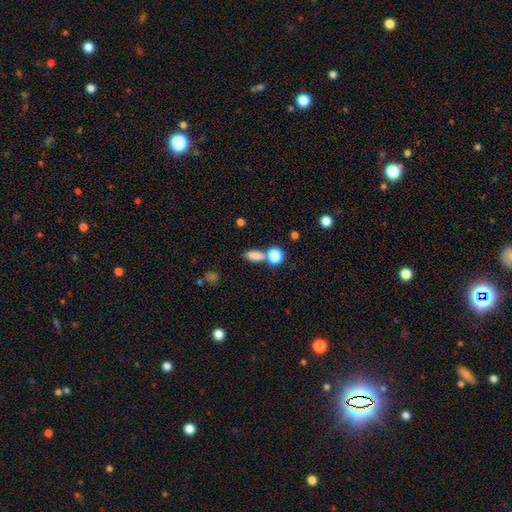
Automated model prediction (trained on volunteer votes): Smooth or featured? smooth (81%)
How rounded? in between (76%)
Merging? none (58%)